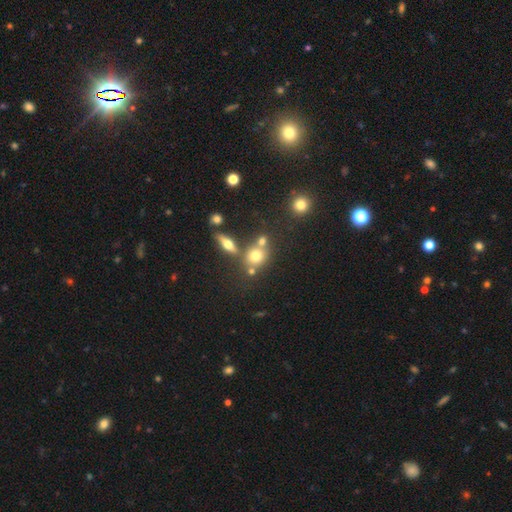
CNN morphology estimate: smooth_or_featured: smooth (p=0.69) [alt: featured or disk p=0.17]
how_rounded: round (p=0.69) [alt: in between p=0.27]
merging: none (p=0.56) [alt: merger p=0.29]